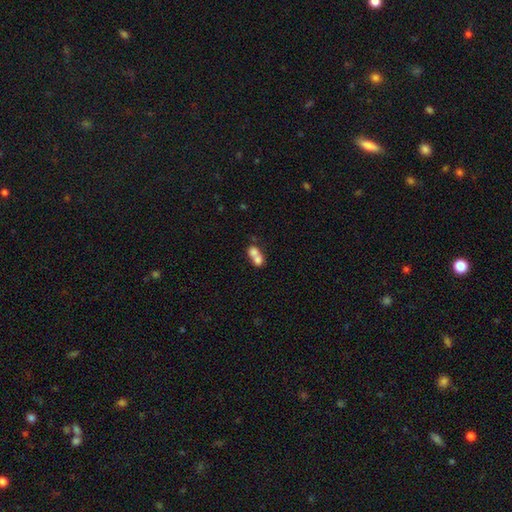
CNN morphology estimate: Overall: smooth (70%). How rounded: round (53%; in between 45%). Merging: merger (74%).